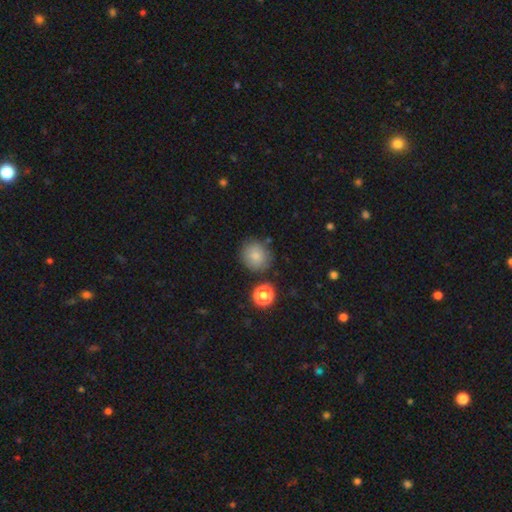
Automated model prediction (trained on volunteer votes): A smooth galaxy with no disk features (81%) that is round (86%). Merging: none (79%).